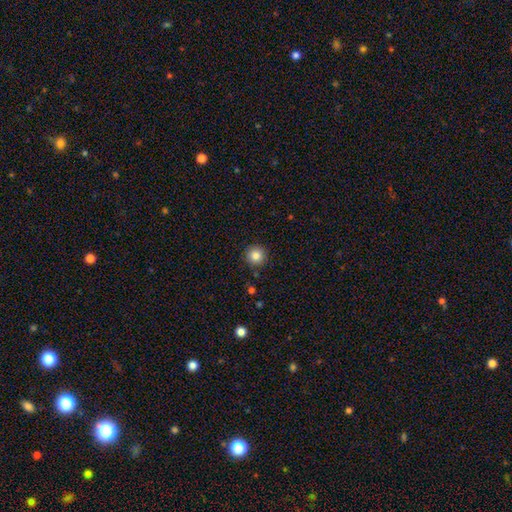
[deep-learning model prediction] Q: Smooth or featured?
A: smooth (84%); runner-up: star or artifact (10%)
Q: How rounded?
A: round (95%); runner-up: in between (4%)
Q: Merging?
A: none (90%); runner-up: minor disturbance (6%)